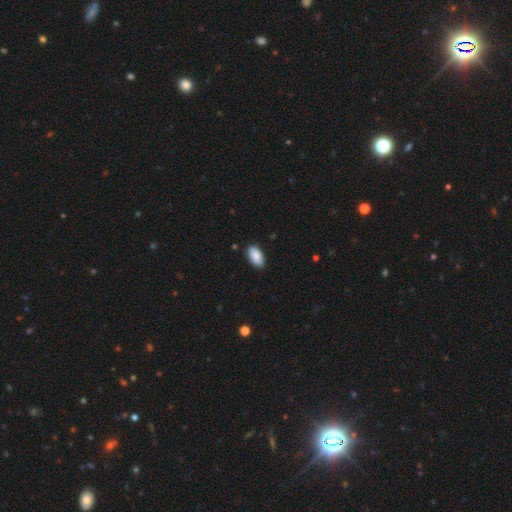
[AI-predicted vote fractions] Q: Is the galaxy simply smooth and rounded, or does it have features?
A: smooth — 88%.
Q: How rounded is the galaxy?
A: in between — 95%.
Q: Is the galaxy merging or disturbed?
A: none — 86%.